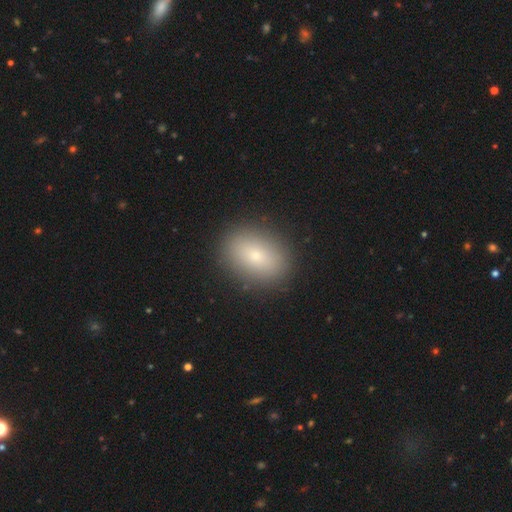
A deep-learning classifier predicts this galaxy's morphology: A smooth galaxy with no disk features (76%) that is in between round and cigar-shaped (69%). Merging: none (88%).